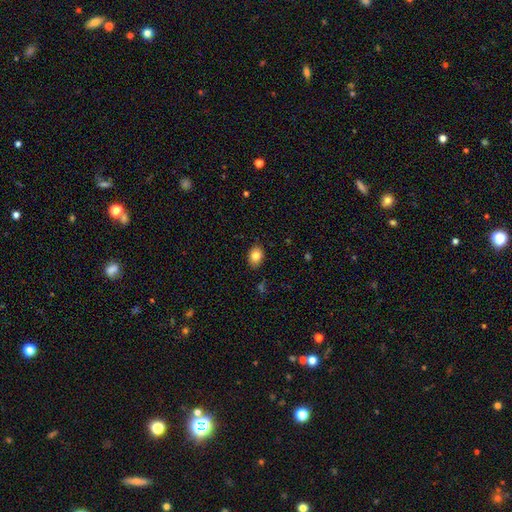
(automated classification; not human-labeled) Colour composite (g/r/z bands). It shows a smooth galaxy with no disk features (83%) that is in between round and cigar-shaped (67%). Merging: none (87%).